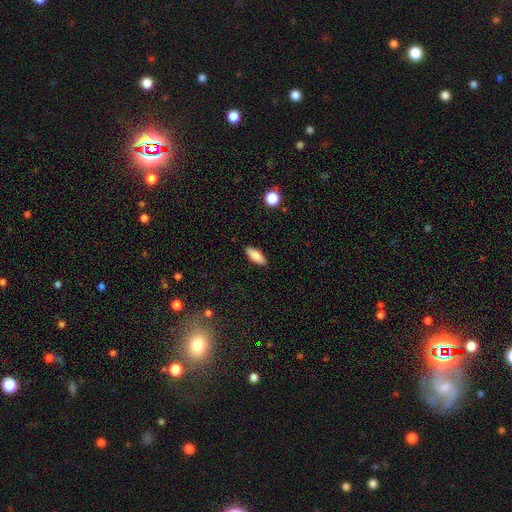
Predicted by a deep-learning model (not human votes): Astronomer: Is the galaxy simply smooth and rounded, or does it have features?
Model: smooth — 83%.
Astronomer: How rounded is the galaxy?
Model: in between — 71%.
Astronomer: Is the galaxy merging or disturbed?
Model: none — 89%.